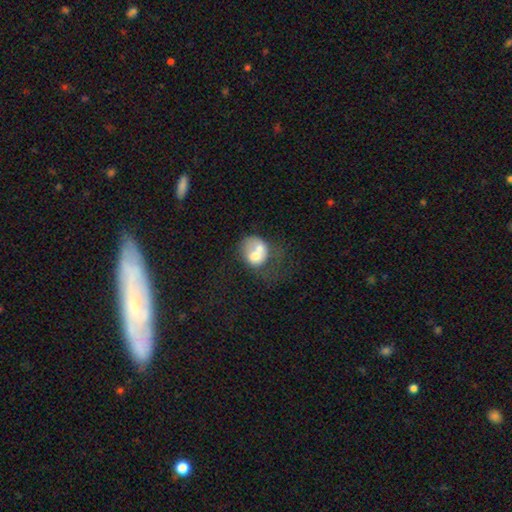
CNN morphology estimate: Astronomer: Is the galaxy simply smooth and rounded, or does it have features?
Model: smooth — 56% (runner-up: featured or disk, 35%).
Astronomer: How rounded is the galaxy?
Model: round — 56% (runner-up: in between, 43%).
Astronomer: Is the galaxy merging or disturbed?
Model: merger — 65%.